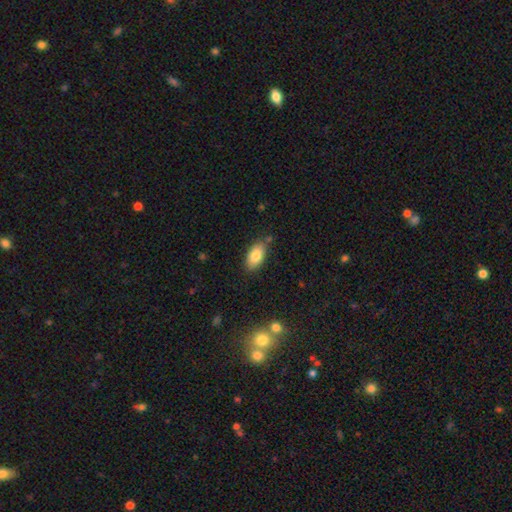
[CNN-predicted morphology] smooth-or-featured: smooth: 82% | featured or disk: 10% | star or artifact: 7%
  how-rounded: in between: 92% | cigar-shaped: 5% | round: 4%
  merging: none: 78% | minor disturbance: 15% | merger: 4% | major disturbance: 3%